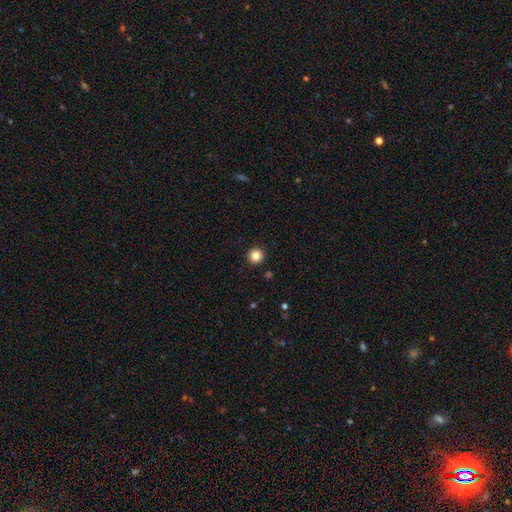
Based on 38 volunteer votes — A smooth galaxy with no disk features (89%) that is round (97%).

Vote fractions:
- Smooth or featured? smooth: 89% / featured or disk: 5% / star or artifact: 5%
- How rounded? round: 97% / in between: 3% / cigar-shaped: 0%
- Merging? none: 94% / minor disturbance: 6% / major disturbance: 0% / merger: 0%